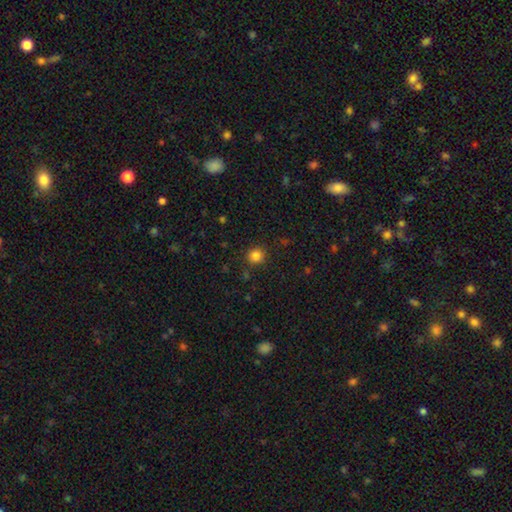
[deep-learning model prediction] Q: Smooth or featured?
A: smooth (84%); runner-up: star or artifact (13%)
Q: How rounded?
A: round (91%); runner-up: in between (8%)
Q: Merging?
A: none (89%); runner-up: minor disturbance (7%)